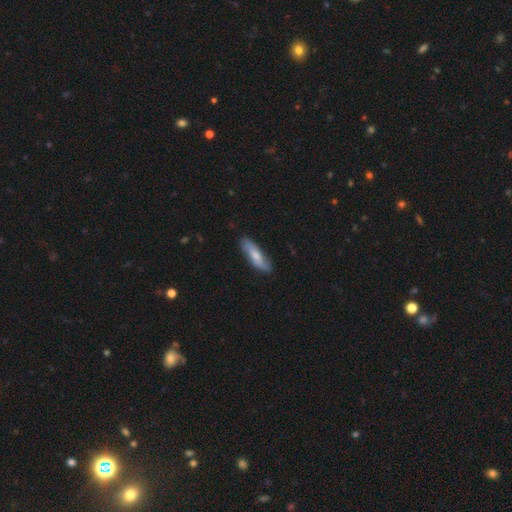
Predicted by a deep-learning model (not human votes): smooth 58%, featured or disk 36%, star or artifact 6%. Down the decision tree: how rounded — cigar-shaped (58%); merging — none (82%).